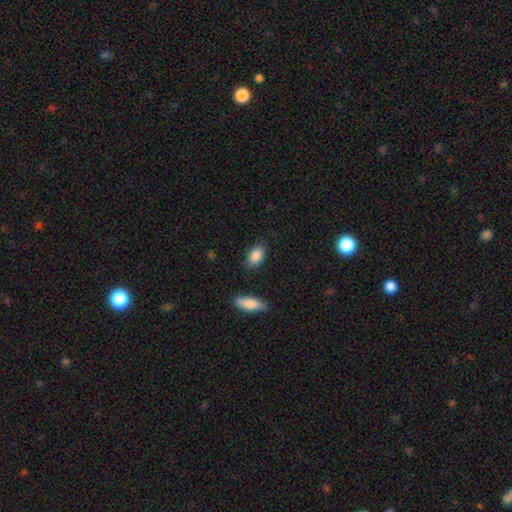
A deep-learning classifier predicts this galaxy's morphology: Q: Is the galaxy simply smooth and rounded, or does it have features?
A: smooth — 88%.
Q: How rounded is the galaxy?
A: in between — 90%.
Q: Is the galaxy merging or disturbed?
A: none — 81%.